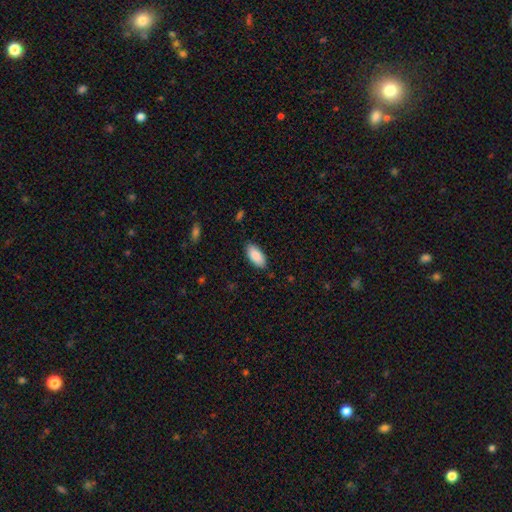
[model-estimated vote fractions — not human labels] A smooth galaxy with no disk features (89%) that is in between round and cigar-shaped (92%).

Vote fractions:
- Smooth or featured? smooth: 89% / star or artifact: 6% / featured or disk: 5%
- How rounded? in between: 92% / cigar-shaped: 6% / round: 2%
- Merging? none: 86% / minor disturbance: 11% / major disturbance: 2% / merger: 1%